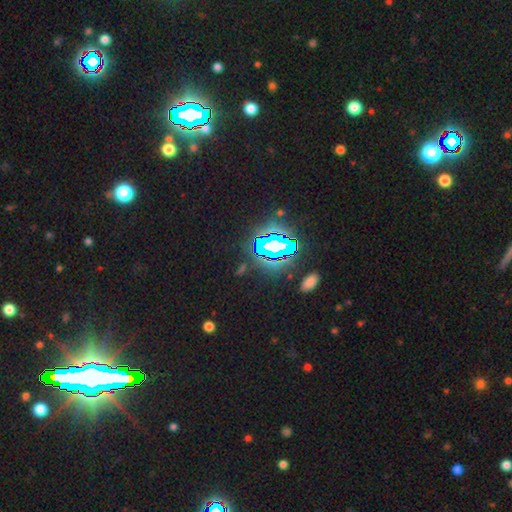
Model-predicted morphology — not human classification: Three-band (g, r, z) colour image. It shows a star or artifact, not a galaxy (83%).